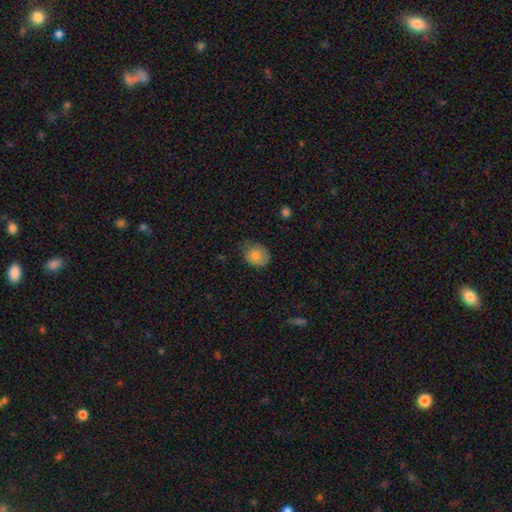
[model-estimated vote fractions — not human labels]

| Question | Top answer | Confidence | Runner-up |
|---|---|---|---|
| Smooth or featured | smooth | 82% | featured or disk (10%) |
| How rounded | round | 54% | in between (45%) |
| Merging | none | 59% | minor disturbance (32%) |